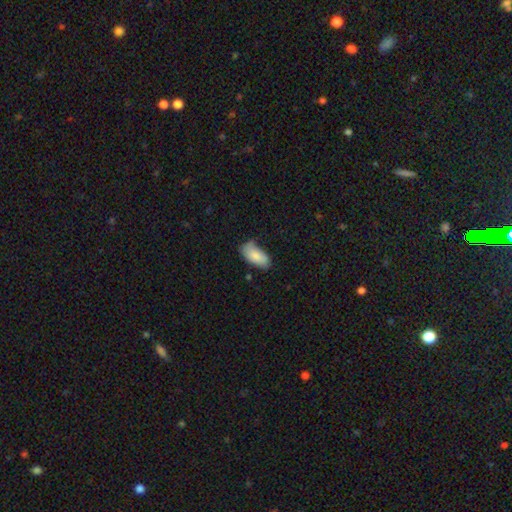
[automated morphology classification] Overall: smooth (84%). How rounded: in between (93%). Merging: none (57%; minor disturbance 32%).